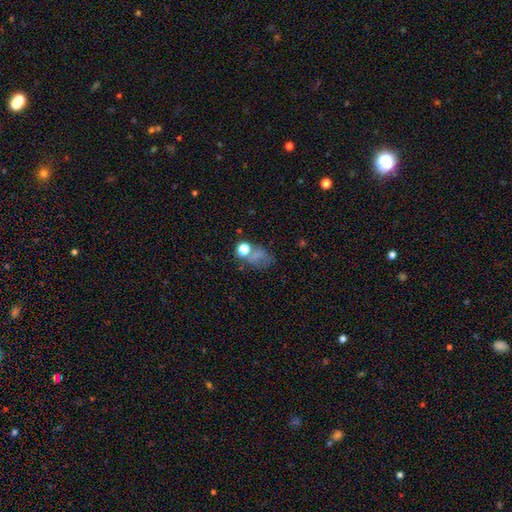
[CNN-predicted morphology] type=smooth (55%); roundness=in between (59%); merging=none (44%).